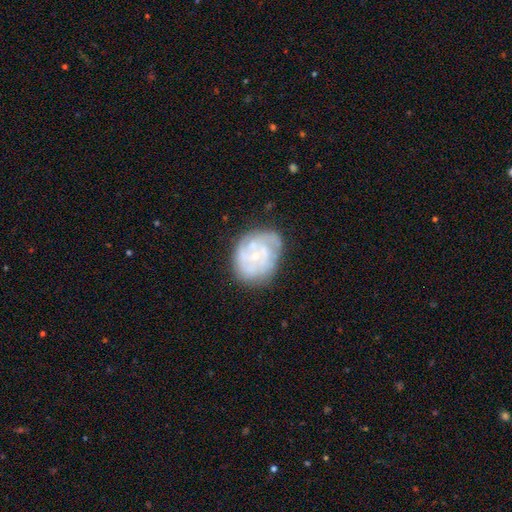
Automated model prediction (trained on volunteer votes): featured or disk 71%, smooth 22%, star or artifact 7%. Down the decision tree: edge-on disk — no (98%); bar — no (78%); spiral arms — yes (67%); bulge size — small (64%); merging — none (61%).